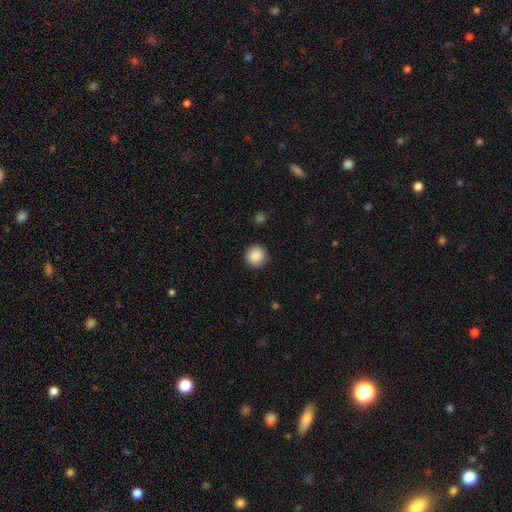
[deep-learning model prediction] Morphology: type=smooth (88%); roundness=round (94%); merging=none (90%).